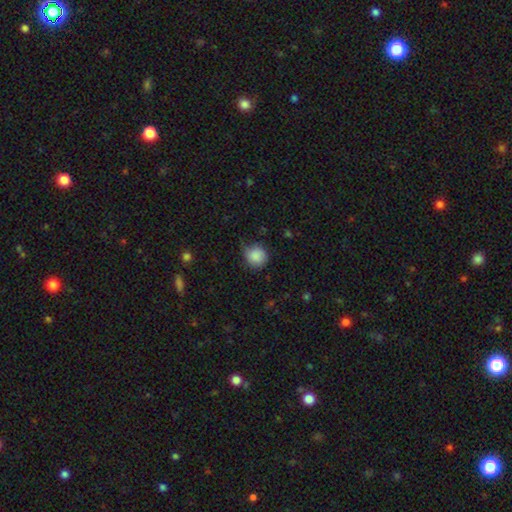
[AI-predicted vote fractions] The model was most divided on "merging": none: 65%, minor disturbance: 28%, major disturbance: 6%, merger: 2%. More confident: how rounded — round (88%); smooth or featured — smooth (87%).